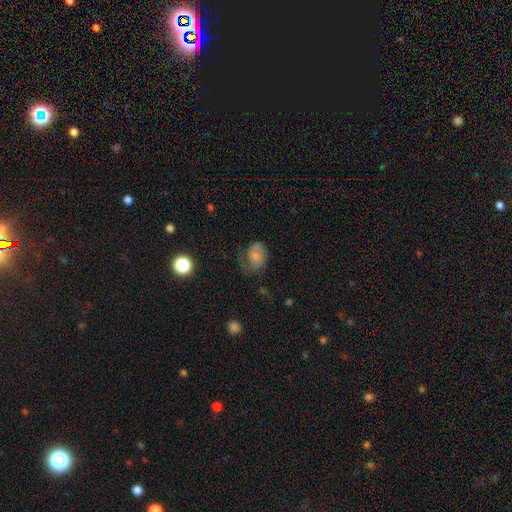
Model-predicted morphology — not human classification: smooth_or_featured: smooth (p=0.56) [alt: featured or disk p=0.34]
how_rounded: in between (p=0.61) [alt: round p=0.38]
merging: none (p=0.37) [alt: major disturbance p=0.31]